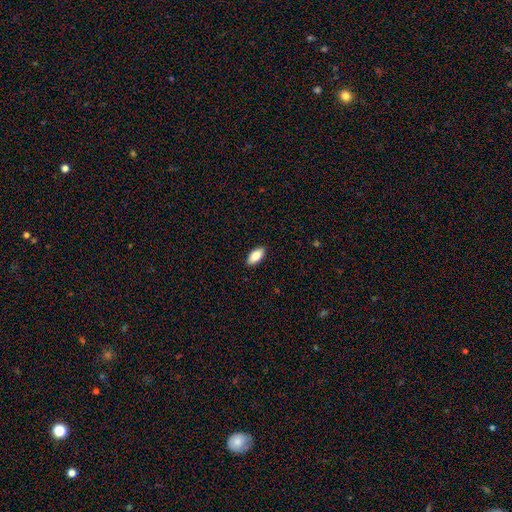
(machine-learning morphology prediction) type=smooth (86%); roundness=in between (91%); merging=none (90%).